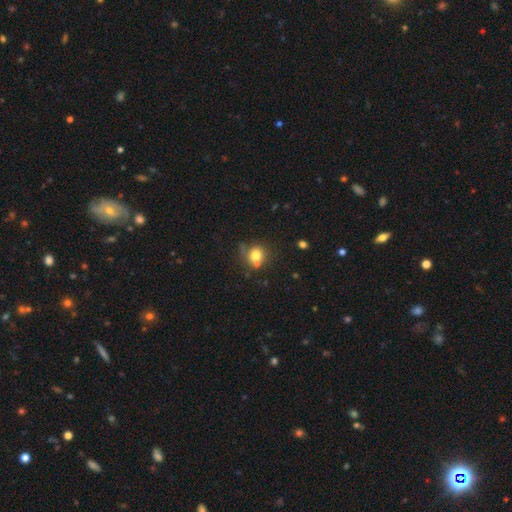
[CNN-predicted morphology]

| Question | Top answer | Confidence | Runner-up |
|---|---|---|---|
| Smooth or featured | smooth | 76% | star or artifact (12%) |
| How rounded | round | 77% | in between (22%) |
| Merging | none | 62% | minor disturbance (22%) |